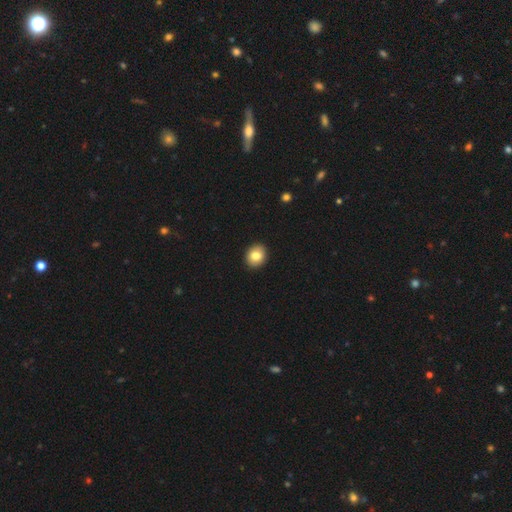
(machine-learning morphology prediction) smooth-or-featured: smooth: 83% | star or artifact: 9% | featured or disk: 9%
  how-rounded: round: 62% | in between: 37% | cigar-shaped: 1%
  merging: none: 92% | minor disturbance: 6% | major disturbance: 1% | merger: 1%